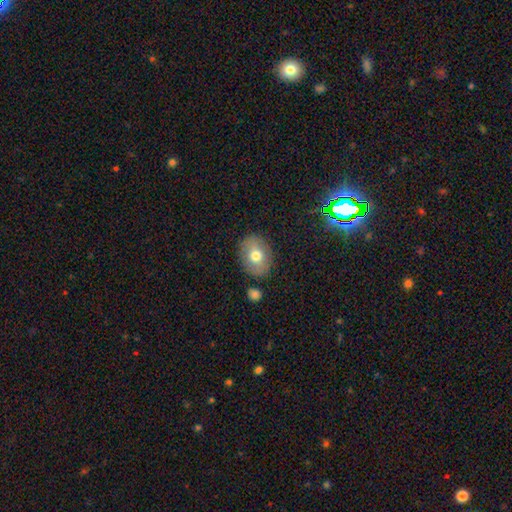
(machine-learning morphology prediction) Q: Smooth or featured?
A: smooth (72%); runner-up: featured or disk (20%)
Q: How rounded?
A: in between (62%); runner-up: round (37%)
Q: Merging?
A: none (84%); runner-up: minor disturbance (11%)